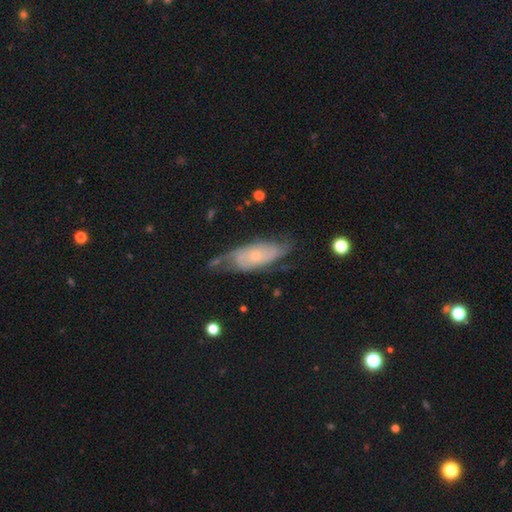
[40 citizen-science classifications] Q: Smooth or featured?
A: featured or disk (68%); runner-up: smooth (25%)
Q: Edge-on disk?
A: no (85%); runner-up: yes (15%)
Q: Bar?
A: no (91%); runner-up: weak (9%)
Q: Spiral arms?
A: yes (83%); runner-up: no (17%)
Q: Spiral winding?
A: tight (42%); tied with: medium (42%)
Q: Spiral arm count?
A: 2 (32%); tied with: can't tell (32%)
Q: Bulge size?
A: small (83%); runner-up: moderate (13%)
Q: Merging?
A: none (57%); runner-up: minor disturbance (27%)